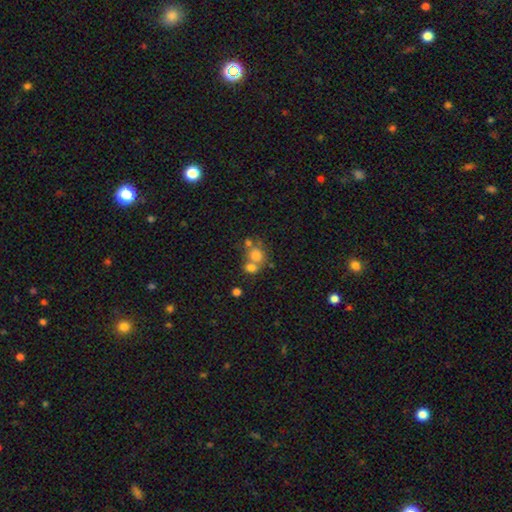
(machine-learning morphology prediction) Q: Smooth or featured?
A: smooth (70%); runner-up: featured or disk (18%)
Q: How rounded?
A: round (70%); runner-up: in between (29%)
Q: Merging?
A: merger (51%); runner-up: none (34%)